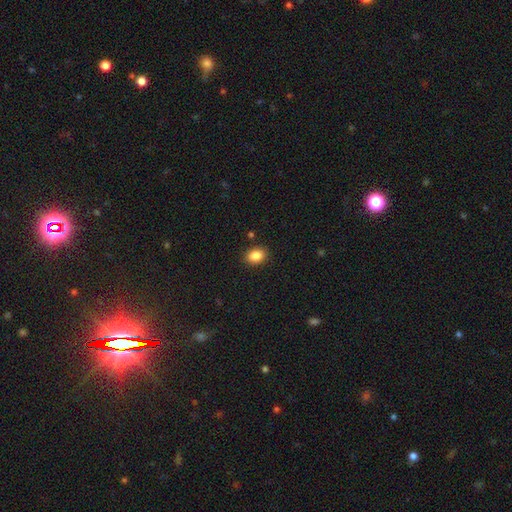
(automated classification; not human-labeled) Smooth or featured: smooth — 88% (star or artifact — 9%)
How rounded: in between — 73% (round — 26%)
Merging: none — 89% (minor disturbance — 8%)